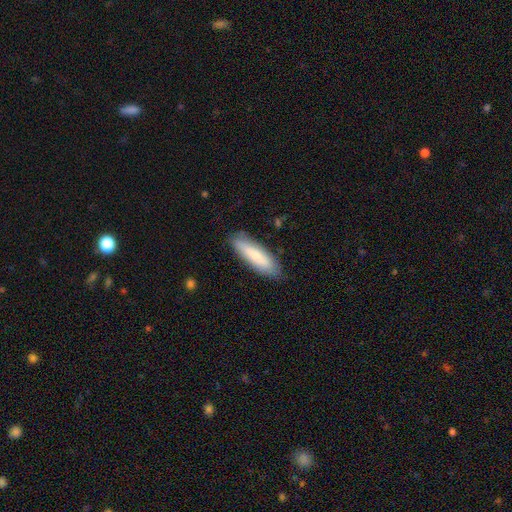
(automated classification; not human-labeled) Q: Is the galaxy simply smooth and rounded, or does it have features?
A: smooth — 76%.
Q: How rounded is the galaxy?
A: cigar-shaped — 65%.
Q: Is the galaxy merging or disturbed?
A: none — 84%.